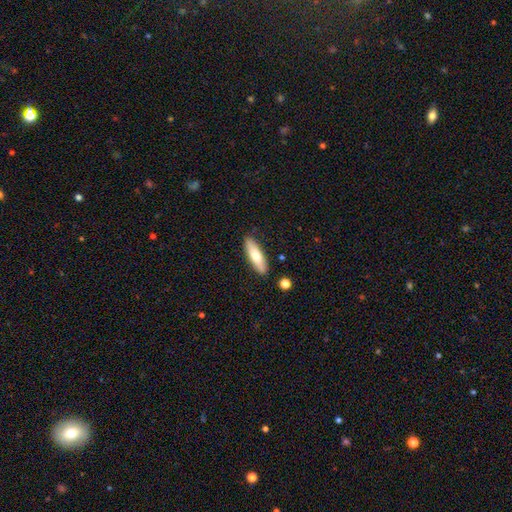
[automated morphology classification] smooth_or_featured: smooth (p=0.67) [alt: featured or disk p=0.27]
how_rounded: cigar-shaped (p=0.55) [alt: in between p=0.43]
merging: none (p=0.87) [alt: minor disturbance p=0.09]